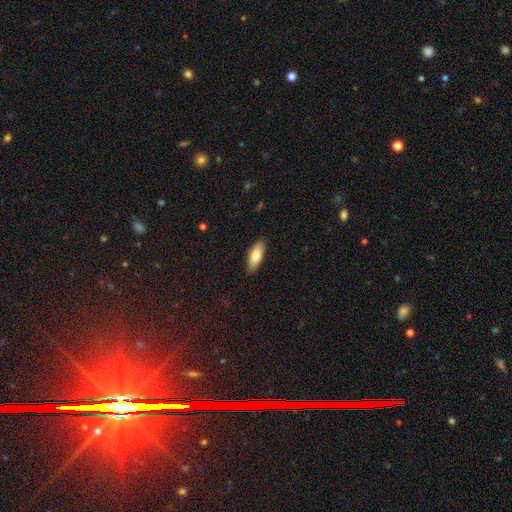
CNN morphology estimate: Smooth or featured? smooth (80%)
How rounded? in between (72%)
Merging? none (88%)